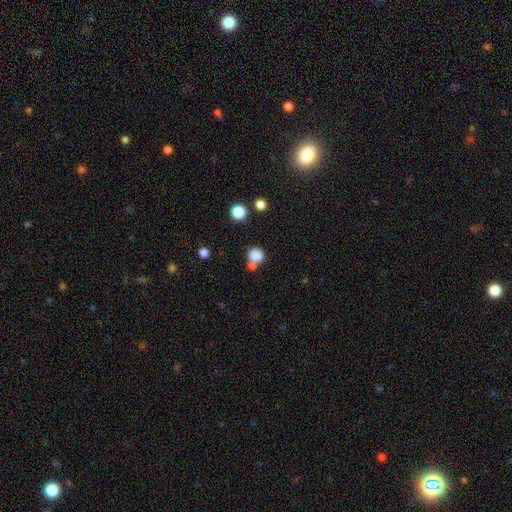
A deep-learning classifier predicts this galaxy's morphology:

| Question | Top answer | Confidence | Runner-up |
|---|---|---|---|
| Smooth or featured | smooth | 81% | star or artifact (11%) |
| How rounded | round | 84% | in between (15%) |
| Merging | none | 50% | merger (33%) |